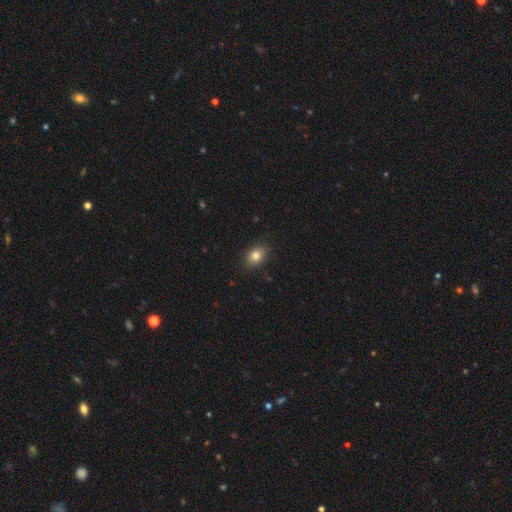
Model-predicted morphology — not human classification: smooth 82%, star or artifact 10%, featured or disk 8%. Down the decision tree: how rounded — in between (70%); merging — none (88%).